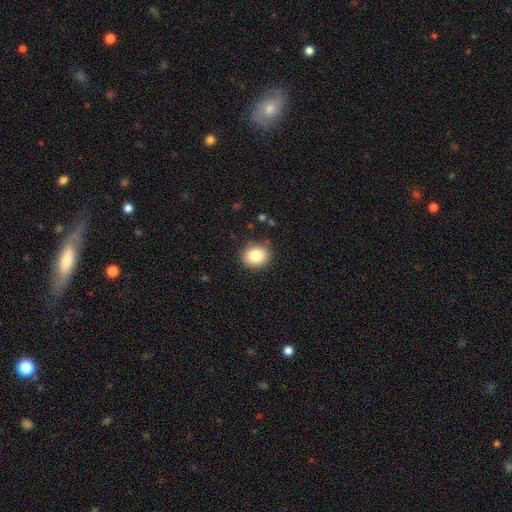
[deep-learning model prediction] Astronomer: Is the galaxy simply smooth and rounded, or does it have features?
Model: smooth — 83%.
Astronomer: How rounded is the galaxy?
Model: round — 72%.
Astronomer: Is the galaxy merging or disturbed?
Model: none — 87%.